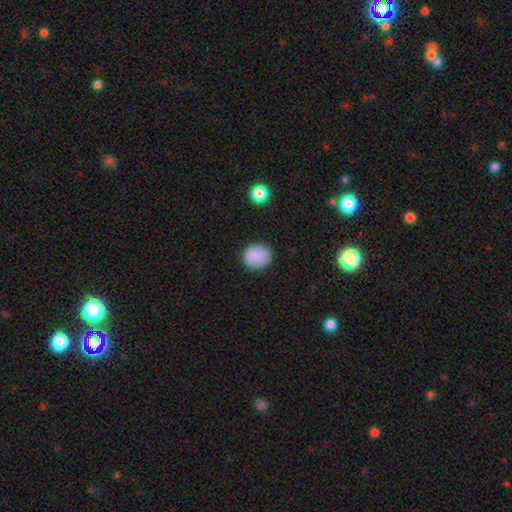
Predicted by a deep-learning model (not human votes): Morphology: type=smooth (83%); roundness=round (80%); merging=none (86%).